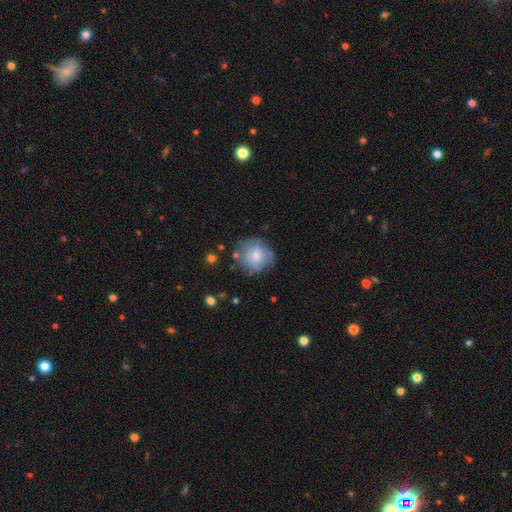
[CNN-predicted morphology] smooth 62%, featured or disk 30%, star or artifact 8%. Down the decision tree: how rounded — round (83%); merging — none (65%).